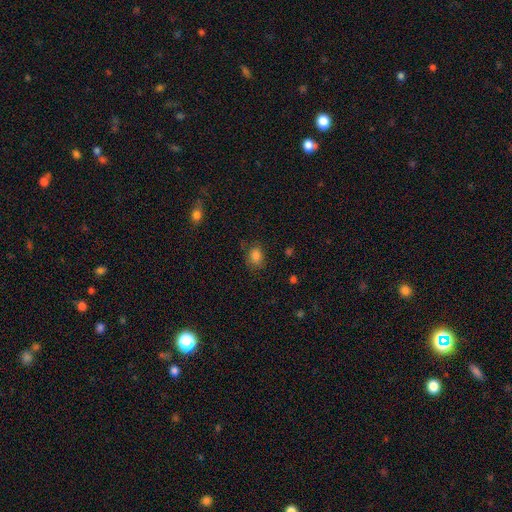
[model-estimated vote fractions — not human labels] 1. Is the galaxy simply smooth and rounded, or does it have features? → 82% smooth, 12% star or artifact, 6% featured or disk.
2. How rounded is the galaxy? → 61% in between, 38% round, 1% cigar-shaped.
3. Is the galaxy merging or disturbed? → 72% none, 19% minor disturbance, 6% major disturbance, 2% merger.